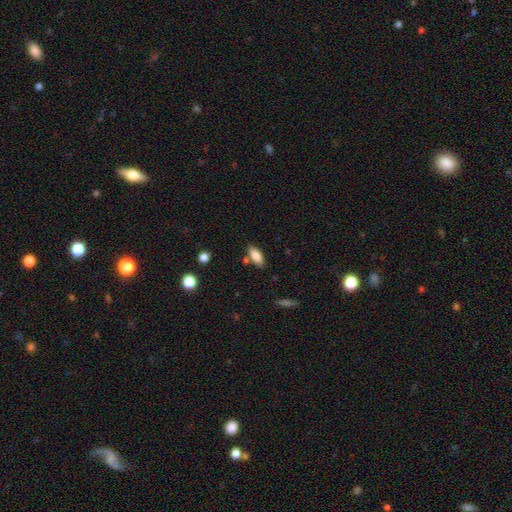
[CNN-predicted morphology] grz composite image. It shows a smooth galaxy with no disk features (85%) that is in between round and cigar-shaped (85%). Merging: none (77%).